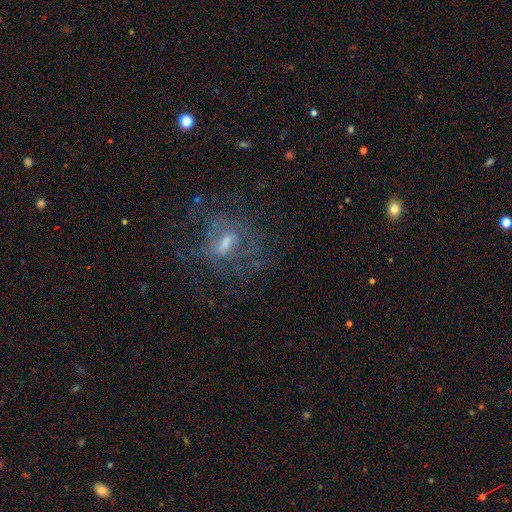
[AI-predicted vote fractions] Smooth or featured? featured or disk (58%)
Edge-on disk? no (91%)
Bar? weak (46%)
Spiral arms? yes (57%)
Bulge size? moderate (41%)
Merging? none (62%)